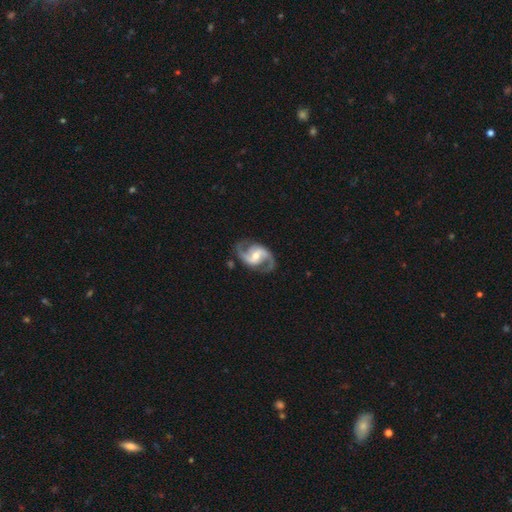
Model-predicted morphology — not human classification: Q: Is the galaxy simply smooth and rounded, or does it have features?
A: featured or disk — 92%.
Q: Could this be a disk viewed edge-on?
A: no — 98%.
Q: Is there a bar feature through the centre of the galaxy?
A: weak — 45%.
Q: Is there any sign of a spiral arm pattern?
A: yes — 97%.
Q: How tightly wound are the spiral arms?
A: medium — 57%.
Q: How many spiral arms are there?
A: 2 — 93%.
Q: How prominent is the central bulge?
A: moderate — 62%.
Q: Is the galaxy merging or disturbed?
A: none — 83%.